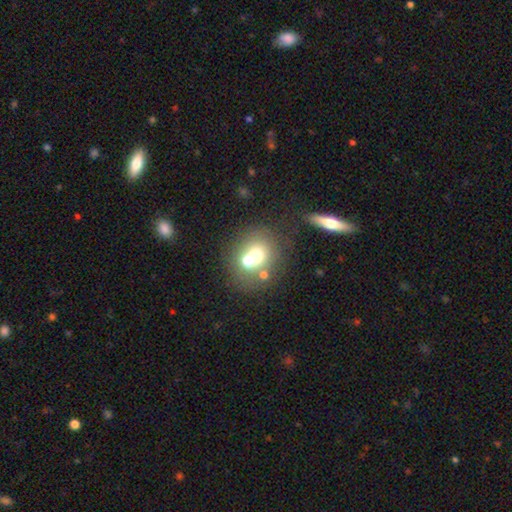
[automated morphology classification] A smooth galaxy with no disk features (62%) that is round (81%).

Vote fractions:
- Smooth or featured? smooth: 62% / featured or disk: 23% / star or artifact: 15%
- How rounded? round: 81% / in between: 18% / cigar-shaped: 1%
- Merging? merger: 44% / none: 43% / minor disturbance: 8% / major disturbance: 5%